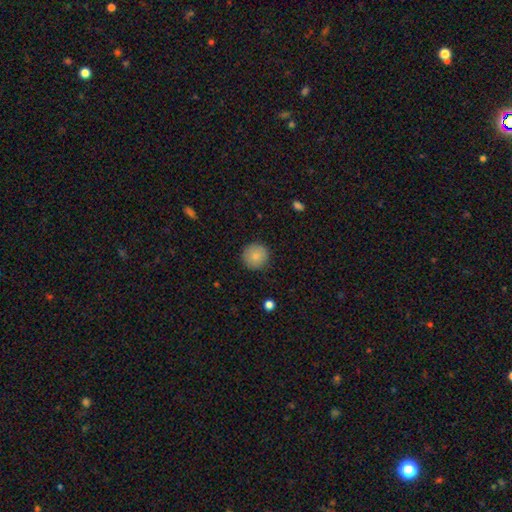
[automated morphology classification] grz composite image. It shows a smooth galaxy with no disk features (83%) that is round (94%). Merging: none (89%).